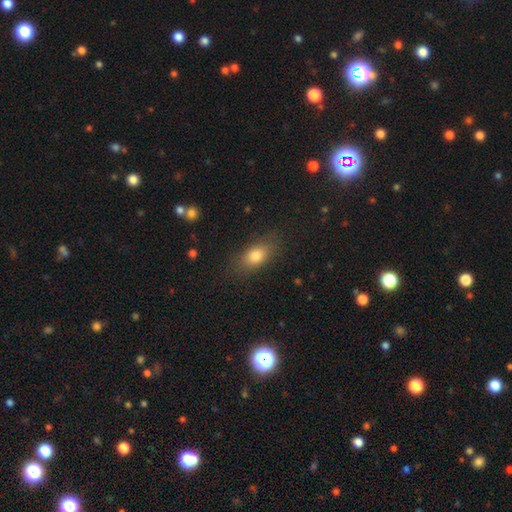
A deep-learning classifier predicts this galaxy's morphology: The model was most divided on "how rounded": in between: 79%, round: 14%, cigar-shaped: 7%. More confident: merging — none (80%); smooth or featured — smooth (80%).